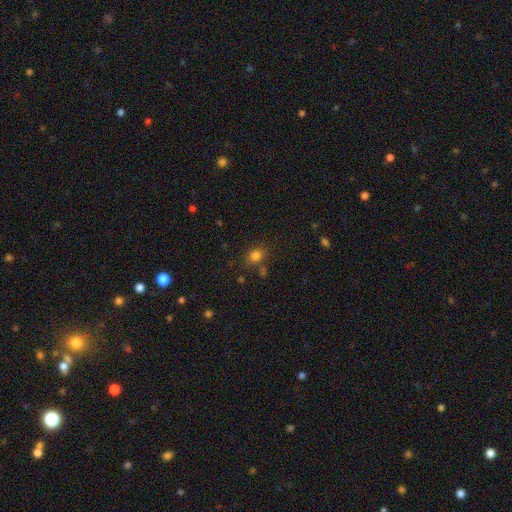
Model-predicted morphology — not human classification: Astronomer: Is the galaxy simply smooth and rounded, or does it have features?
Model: smooth — 78%.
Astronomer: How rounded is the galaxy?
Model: in between — 59% (runner-up: round, 40%).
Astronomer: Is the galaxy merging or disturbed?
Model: none — 72%.